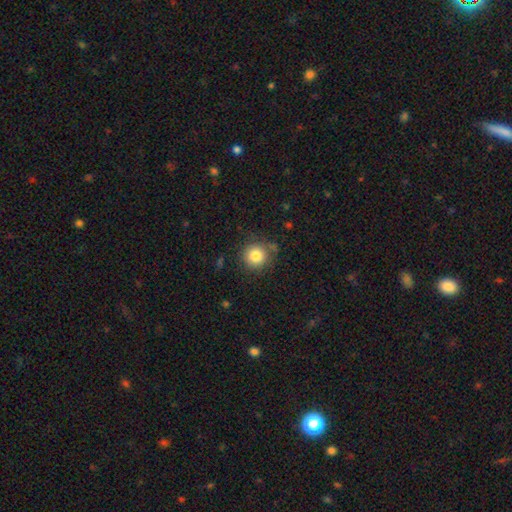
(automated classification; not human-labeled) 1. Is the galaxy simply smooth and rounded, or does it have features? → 81% smooth, 11% star or artifact, 8% featured or disk.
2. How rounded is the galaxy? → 93% round, 6% in between, 1% cigar-shaped.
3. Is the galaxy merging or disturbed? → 79% none, 14% minor disturbance, 4% major disturbance, 3% merger.